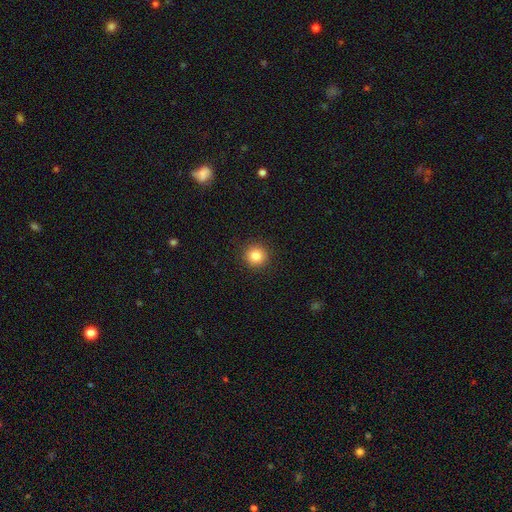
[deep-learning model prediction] smooth_or_featured: smooth (p=0.83) [alt: star or artifact p=0.11]
how_rounded: round (p=0.94) [alt: in between p=0.05]
merging: none (p=0.92) [alt: minor disturbance p=0.05]